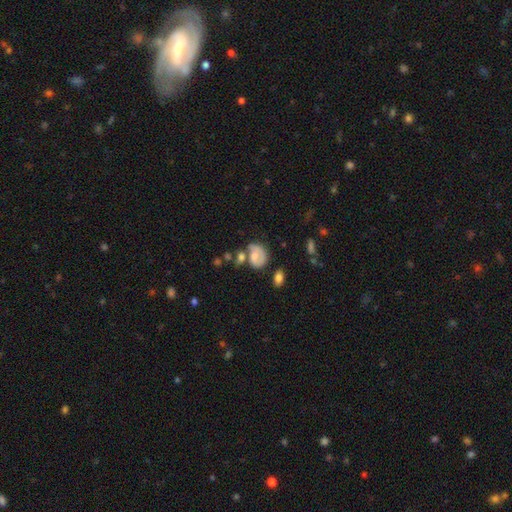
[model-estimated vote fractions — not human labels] Smooth or featured? smooth (55%)
How rounded? in between (52%)
Merging? none (39%)